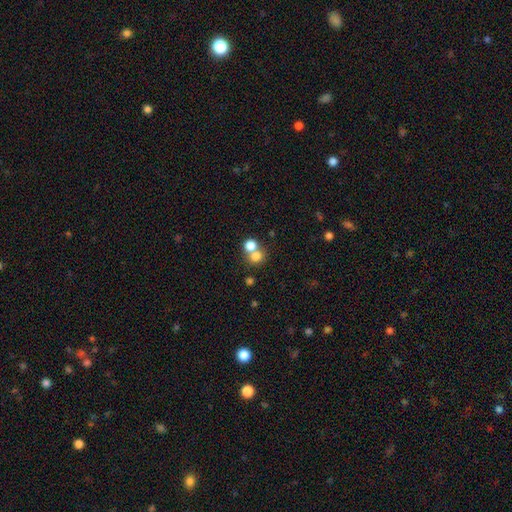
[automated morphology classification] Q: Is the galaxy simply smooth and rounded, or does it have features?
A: smooth — 76%.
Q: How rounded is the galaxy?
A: round — 81%.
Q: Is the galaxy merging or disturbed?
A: merger — 49%.